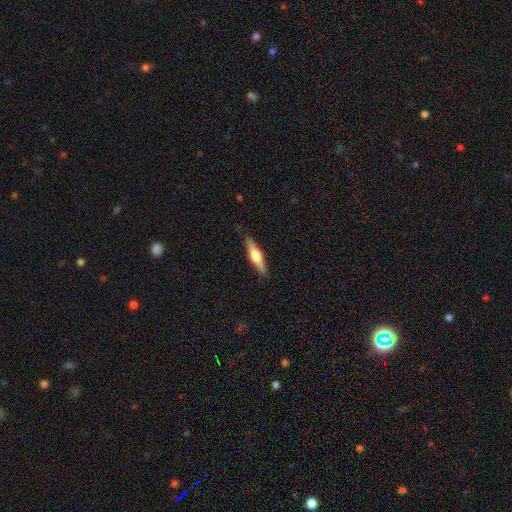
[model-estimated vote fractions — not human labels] smooth_or_featured: featured or disk (p=0.56) [alt: smooth p=0.39]
disk_edge_on: yes (p=0.96) [alt: no p=0.04]
edge_on_bulge: rounded (p=0.92) [alt: boxy p=0.05]
merging: none (p=0.89) [alt: minor disturbance p=0.08]